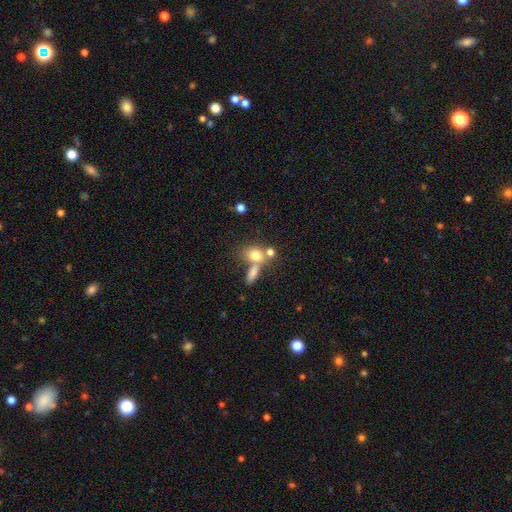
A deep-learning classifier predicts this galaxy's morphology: Q: Smooth or featured?
A: smooth (74%); runner-up: featured or disk (15%)
Q: How rounded?
A: in between (61%); runner-up: round (34%)
Q: Merging?
A: merger (43%); runner-up: none (39%)